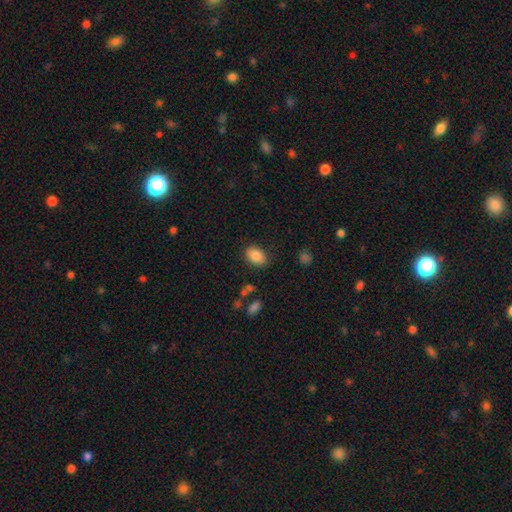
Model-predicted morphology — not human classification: type=smooth (85%); roundness=in between (84%); merging=none (84%).